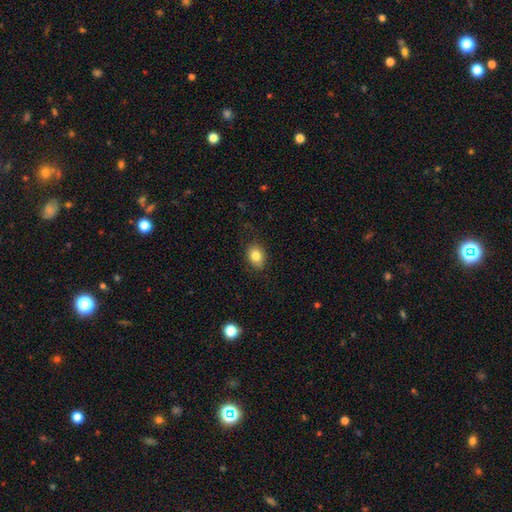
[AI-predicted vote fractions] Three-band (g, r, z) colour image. It shows a smooth galaxy with no disk features (82%) that is in between round and cigar-shaped (66%). Merging: none (82%).